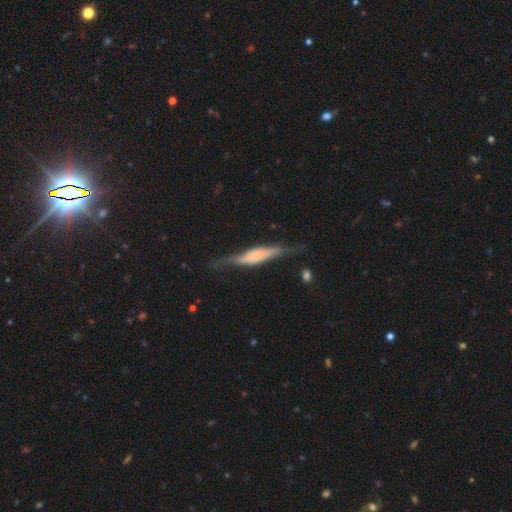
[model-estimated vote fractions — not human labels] A featured or disk galaxy (64%) viewed edge-on (92%) with a boxy central bulge (56%).

Vote fractions:
- Smooth or featured? featured or disk: 64% / smooth: 29% / star or artifact: 7%
- Edge-on disk? yes: 92% / no: 8%
- Edge-on bulge? boxy: 56% / rounded: 29% / none: 15%
- Merging? none: 65% / minor disturbance: 22% / major disturbance: 10% / merger: 3%